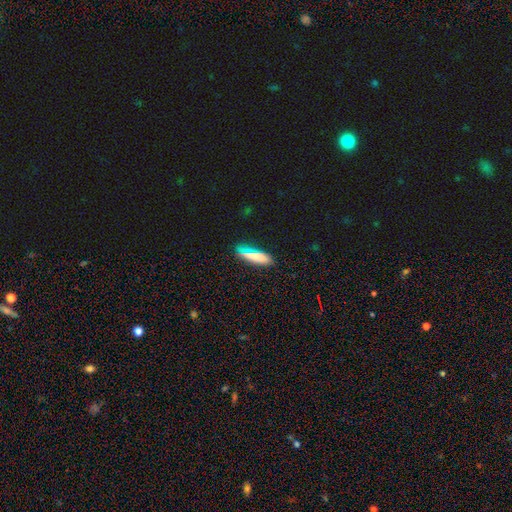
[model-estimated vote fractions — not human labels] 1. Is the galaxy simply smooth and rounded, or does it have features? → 77% smooth, 13% featured or disk, 10% star or artifact.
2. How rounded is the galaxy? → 56% cigar-shaped, 41% in between, 3% round.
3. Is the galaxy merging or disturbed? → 85% none, 11% minor disturbance, 2% major disturbance, 2% merger.